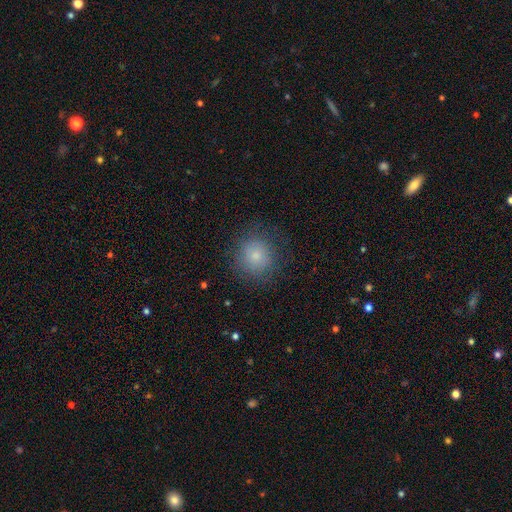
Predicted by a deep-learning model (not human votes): A smooth galaxy with no disk features (80%) that is round (89%).

Vote fractions:
- Smooth or featured? smooth: 80% / star or artifact: 11% / featured or disk: 9%
- How rounded? round: 89% / in between: 10% / cigar-shaped: 1%
- Merging? none: 82% / minor disturbance: 12% / major disturbance: 5% / merger: 1%